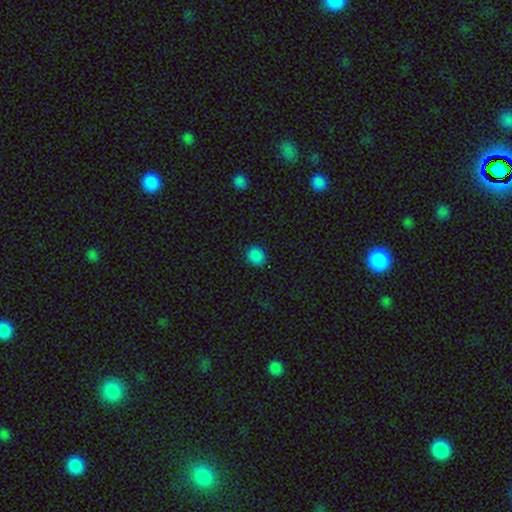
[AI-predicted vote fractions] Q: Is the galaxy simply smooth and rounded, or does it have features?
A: smooth — 85%.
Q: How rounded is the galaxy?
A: round — 64%.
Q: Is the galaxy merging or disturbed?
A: none — 89%.